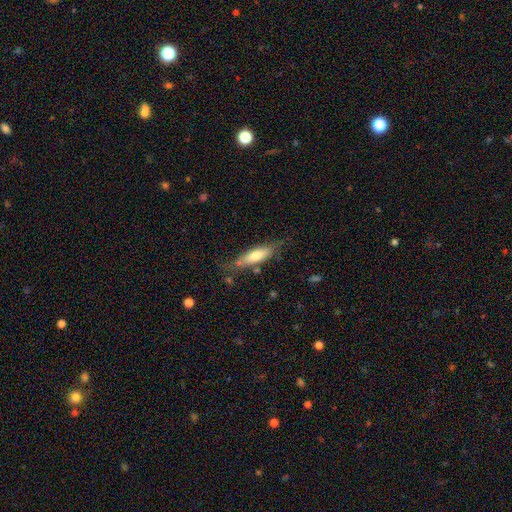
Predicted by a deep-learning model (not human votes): This is likely a smooth galaxy (64%). How rounded: possibly cigar-shaped (56%). Merging: likely none (68%).